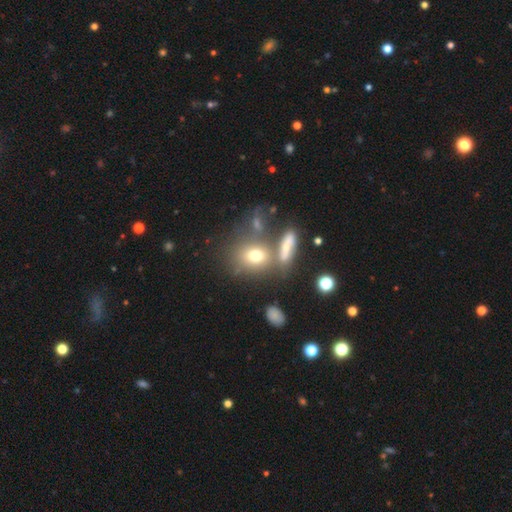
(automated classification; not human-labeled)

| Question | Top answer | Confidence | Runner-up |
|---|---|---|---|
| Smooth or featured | smooth | 70% | featured or disk (16%) |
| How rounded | round | 53% | in between (44%) |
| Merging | none | 54% | merger (26%) |